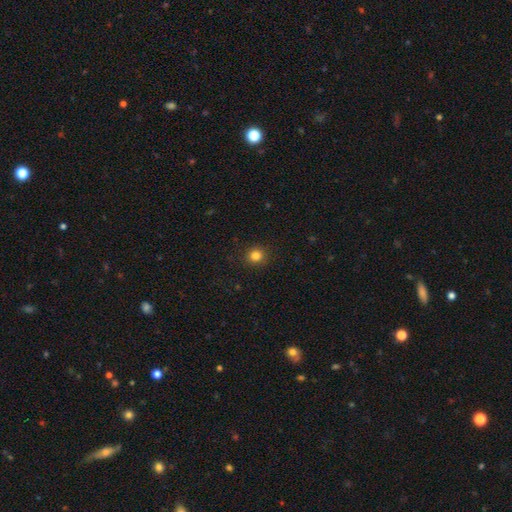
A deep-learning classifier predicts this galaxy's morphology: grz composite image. It shows a smooth galaxy with no disk features (83%) that is round (90%). Merging: none (91%).